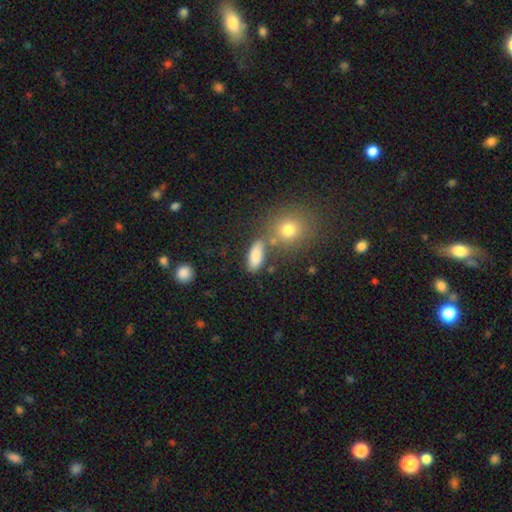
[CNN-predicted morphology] A smooth galaxy with no disk features (81%) that is in between round and cigar-shaped (77%). Merging: none (61%).